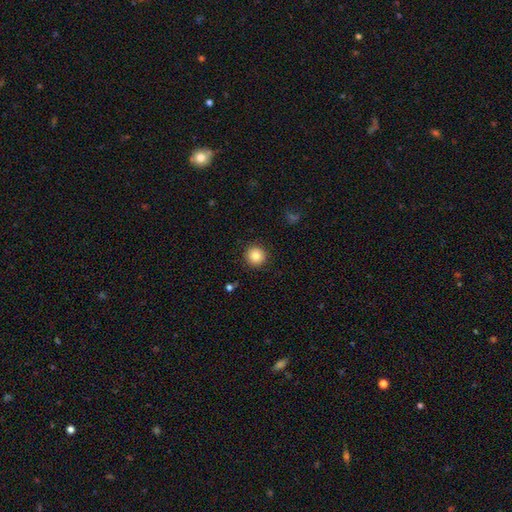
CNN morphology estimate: A smooth galaxy with no disk features (85%) that is round (95%).

Vote fractions:
- Smooth or featured? smooth: 85% / star or artifact: 9% / featured or disk: 5%
- How rounded? round: 95% / in between: 4% / cigar-shaped: 1%
- Merging? none: 91% / minor disturbance: 6% / major disturbance: 2% / merger: 1%